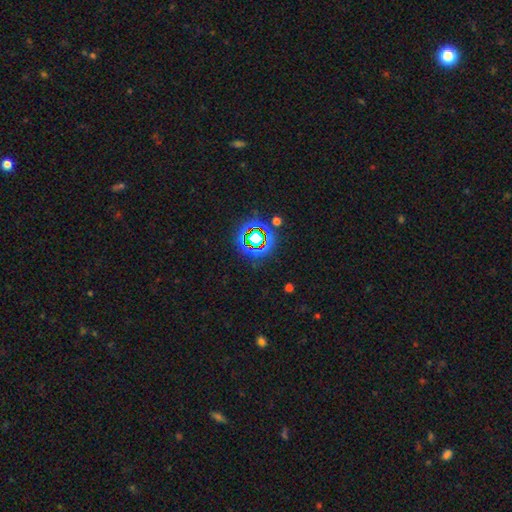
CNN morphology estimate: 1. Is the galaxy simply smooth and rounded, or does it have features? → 74% star or artifact, 15% smooth, 11% featured or disk.